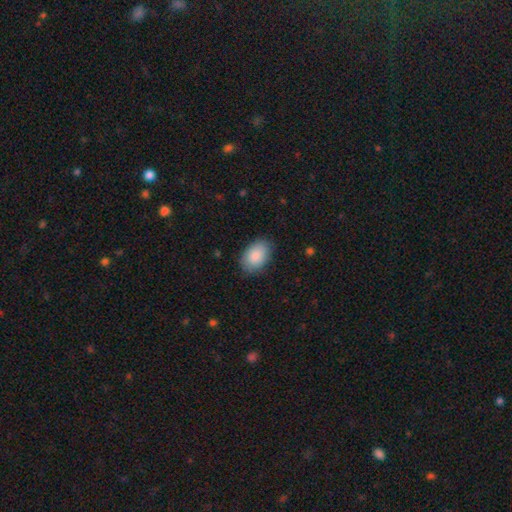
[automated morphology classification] smooth-or-featured: smooth: 88% | star or artifact: 6% | featured or disk: 6%
  how-rounded: in between: 88% | round: 11% | cigar-shaped: 1%
  merging: none: 82% | minor disturbance: 14% | major disturbance: 3% | merger: 1%